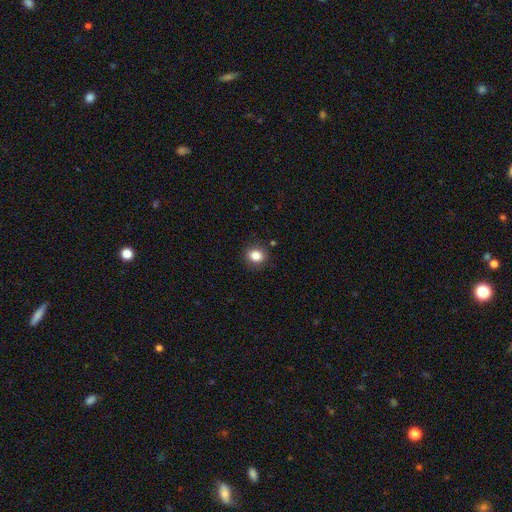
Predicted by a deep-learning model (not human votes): Smooth or featured?
  - smooth: 84% *
  - star or artifact: 10%
  - featured or disk: 6%
How rounded?
  - round: 70% *
  - in between: 29%
  - cigar-shaped: 1%
Merging?
  - none: 87% *
  - minor disturbance: 9%
  - major disturbance: 2%
  - merger: 1%